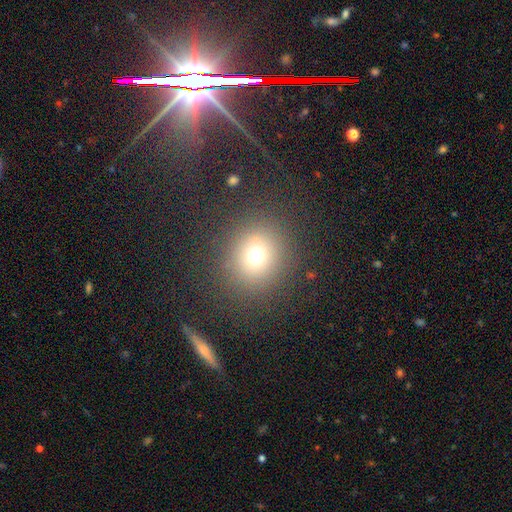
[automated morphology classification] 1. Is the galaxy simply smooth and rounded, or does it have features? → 70% smooth, 18% star or artifact, 11% featured or disk.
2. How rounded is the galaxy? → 83% round, 16% in between, 1% cigar-shaped.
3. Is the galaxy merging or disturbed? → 85% none, 8% minor disturbance, 5% major disturbance, 2% merger.